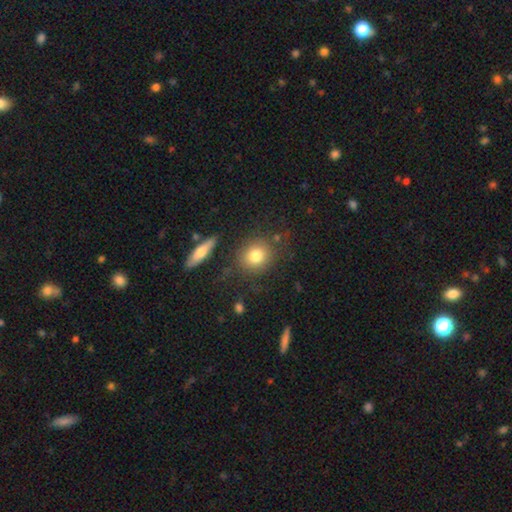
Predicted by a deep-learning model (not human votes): Smooth or featured? Predicted: smooth (p=0.80). How rounded? Predicted: round (p=0.78). Merging? Predicted: none (p=0.80).